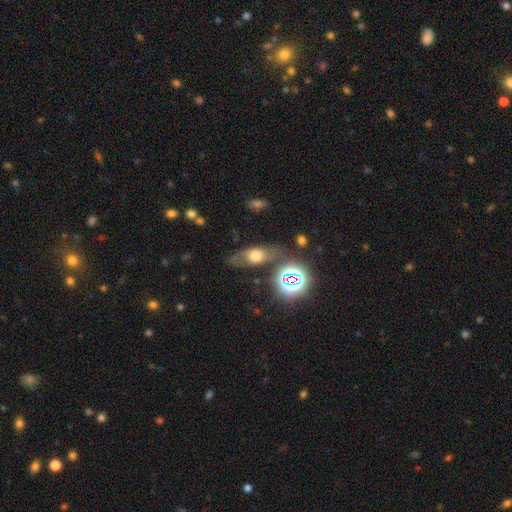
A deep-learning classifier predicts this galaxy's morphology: Smooth or featured? smooth (47%)
Merging? none (66%)